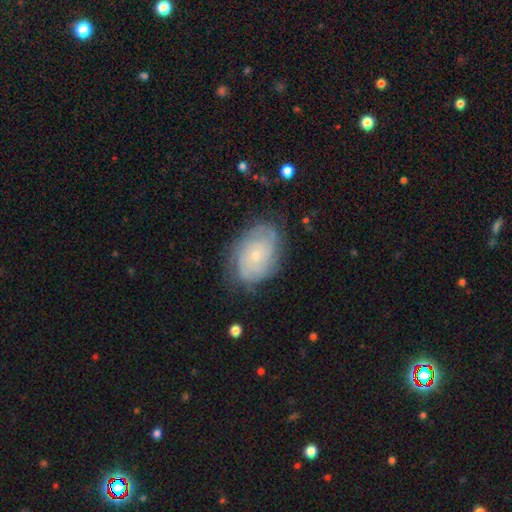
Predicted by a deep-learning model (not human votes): Smooth or featured?
  - featured or disk: 71% *
  - smooth: 22%
  - star or artifact: 8%
Edge-on disk?
  - no: 97% *
  - yes: 3%
Bar?
  - no: 79% *
  - weak: 18%
  - strong: 3%
Spiral arms?
  - yes: 91% *
  - no: 9%
Spiral winding?
  - tight: 69% *
  - medium: 24%
  - loose: 7%
Spiral arm count?
  - can't tell: 47% *
  - 2: 18%
  - 3: 13%
  - 4: 11%
  - more than 4: 6%
  - 1: 5%
Bulge size?
  - small: 77% *
  - moderate: 18%
  - none: 3%
  - large: 1%
  - dominant: 1%
Merging?
  - none: 73% *
  - minor disturbance: 19%
  - major disturbance: 7%
  - merger: 1%